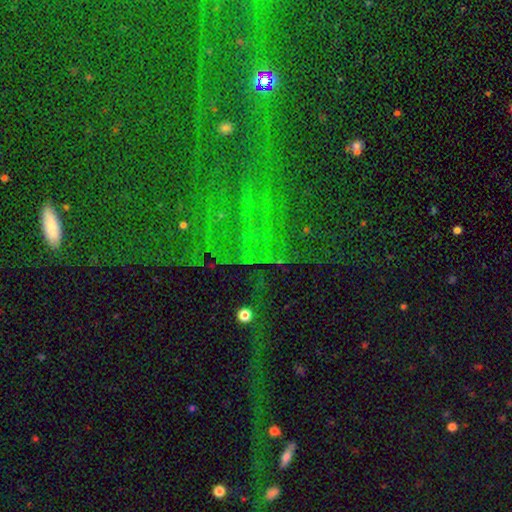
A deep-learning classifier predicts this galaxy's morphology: smooth-or-featured: star or artifact: 79% | smooth: 11% | featured or disk: 11%